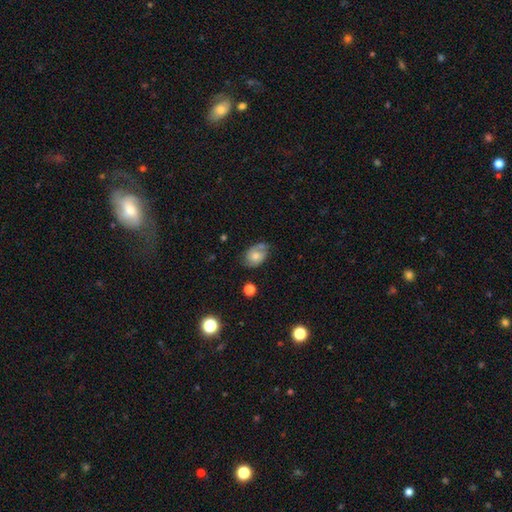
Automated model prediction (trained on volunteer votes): Morphology: type=featured or disk (51%); edge-on=no (96%); merging=none (61%).